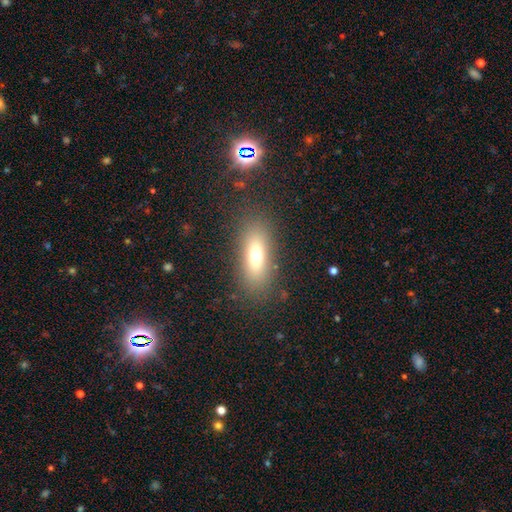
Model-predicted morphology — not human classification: Smooth or featured?
  - smooth: 70% *
  - featured or disk: 19%
  - star or artifact: 11%
How rounded?
  - in between: 68% *
  - cigar-shaped: 27%
  - round: 5%
Merging?
  - none: 84% *
  - minor disturbance: 10%
  - major disturbance: 5%
  - merger: 2%